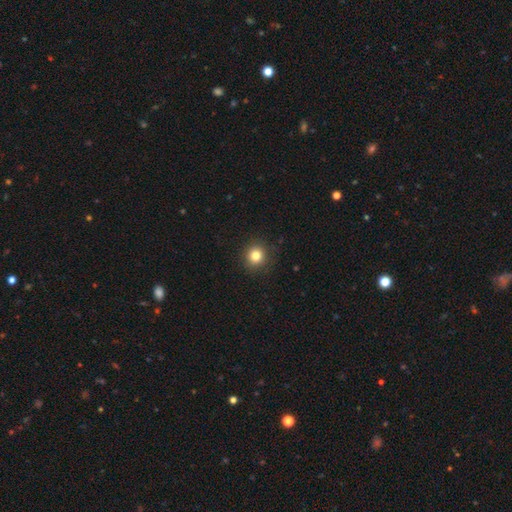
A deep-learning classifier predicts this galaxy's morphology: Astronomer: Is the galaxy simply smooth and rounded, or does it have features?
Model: smooth — 82%.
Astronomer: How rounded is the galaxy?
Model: round — 92%.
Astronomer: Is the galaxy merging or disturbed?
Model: none — 91%.